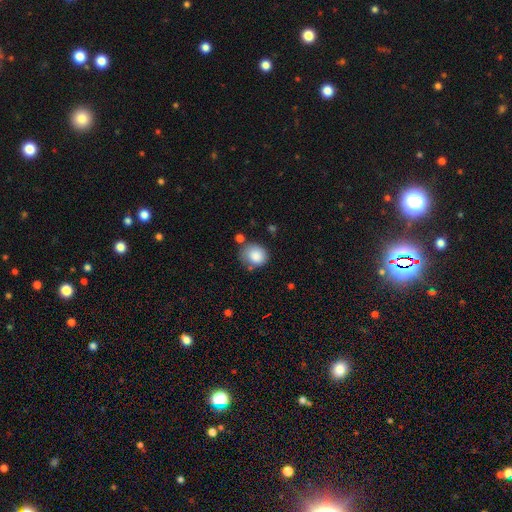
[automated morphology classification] The model was most divided on "merging": none: 59%, minor disturbance: 25%, major disturbance: 8%, merger: 8%. More confident: smooth or featured — smooth (85%); how rounded — round (73%).